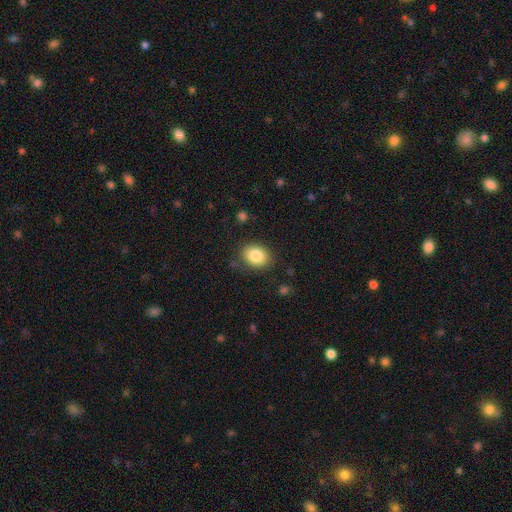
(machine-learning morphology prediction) Smooth or featured? smooth (85%)
How rounded? in between (58%)
Merging? none (82%)